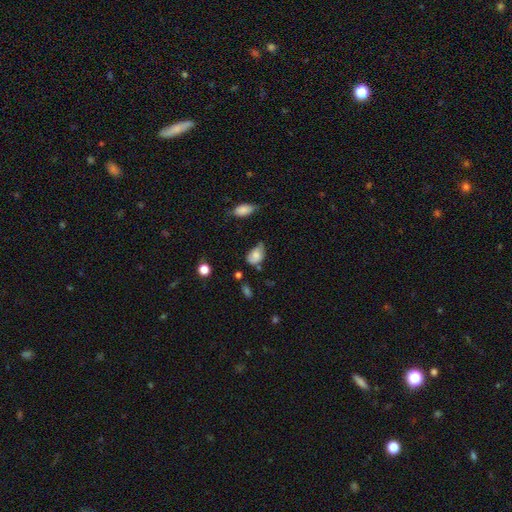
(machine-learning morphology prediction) Q: Smooth or featured?
A: smooth (71%); runner-up: featured or disk (20%)
Q: How rounded?
A: in between (86%); runner-up: round (13%)
Q: Merging?
A: minor disturbance (42%); runner-up: none (36%)